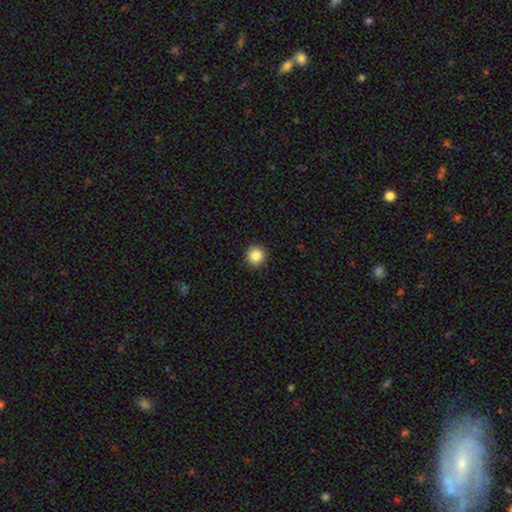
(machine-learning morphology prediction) Smooth or featured? smooth (87%)
How rounded? round (96%)
Merging? none (93%)